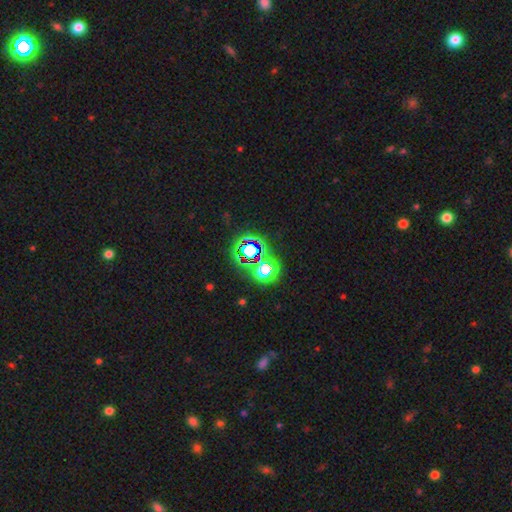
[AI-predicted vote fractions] smooth_or_featured: star or artifact (p=0.72) [alt: smooth p=0.20]